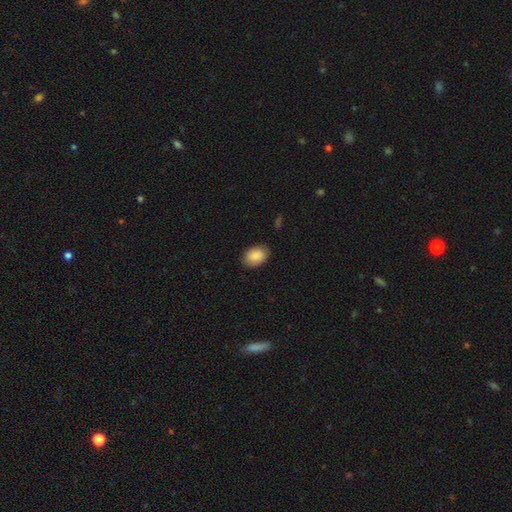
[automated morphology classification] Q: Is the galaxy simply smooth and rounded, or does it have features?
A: smooth — 89%.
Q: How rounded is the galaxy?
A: in between — 84%.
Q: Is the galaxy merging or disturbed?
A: none — 85%.